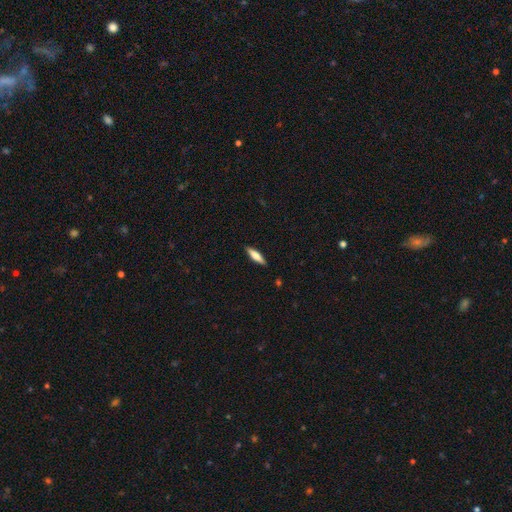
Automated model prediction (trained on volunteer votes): The model was most divided on "smooth or featured": smooth: 60%, featured or disk: 34%, star or artifact: 6%. More confident: merging — none (89%); how rounded — cigar-shaped (71%).